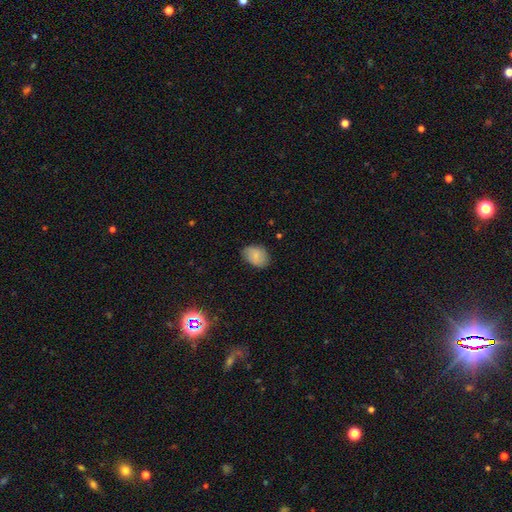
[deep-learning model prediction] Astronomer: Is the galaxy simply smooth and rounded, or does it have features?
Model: smooth — 79%.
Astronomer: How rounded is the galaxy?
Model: in between — 76%.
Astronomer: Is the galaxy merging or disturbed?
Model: none — 76%.